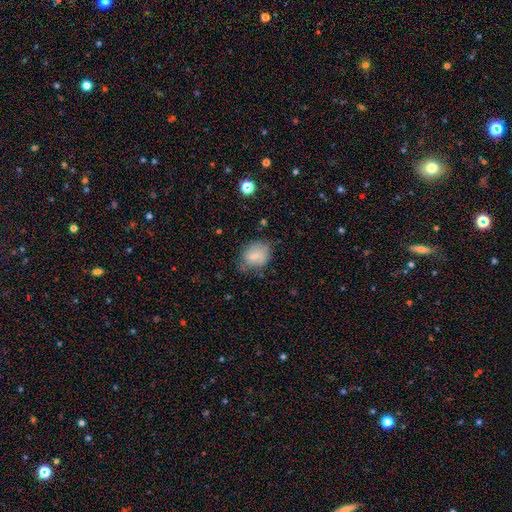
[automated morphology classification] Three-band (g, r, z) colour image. It shows a smooth galaxy with no disk features (76%) that is round (51%). Merging: none (60%).